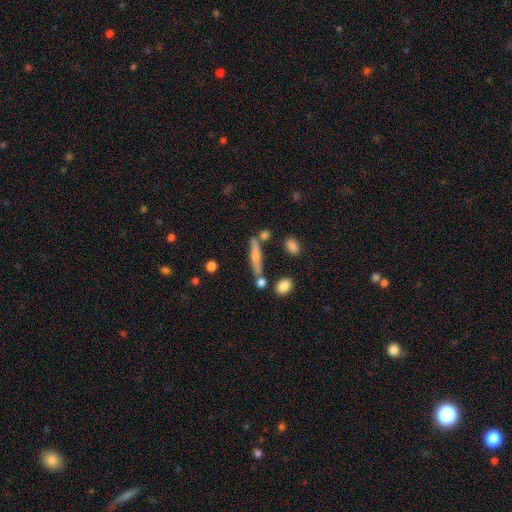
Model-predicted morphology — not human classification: Smooth or featured? featured or disk (47%)
Merging? none (71%)